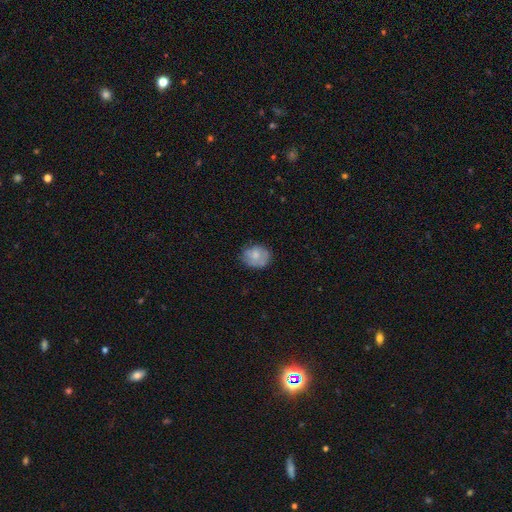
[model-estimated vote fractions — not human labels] The model was most divided on "how rounded": round: 60%, in between: 39%, cigar-shaped: 1%. More confident: smooth or featured — smooth (70%); merging — none (67%).